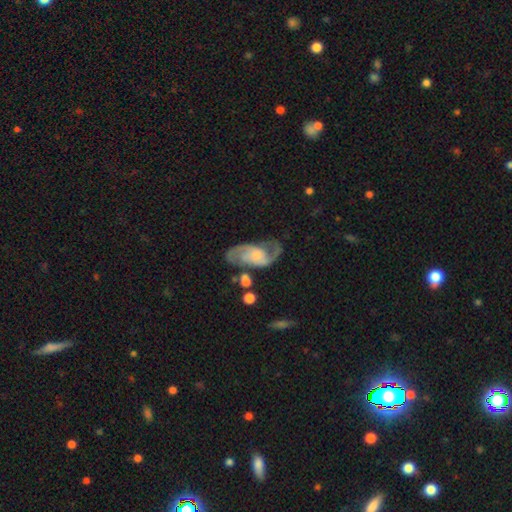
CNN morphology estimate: A featured or disk galaxy (81%) with no bar (58%), 2 (86%) medium (50%) spiral arms (94%) and a small central bulge (37%).

Vote fractions:
- Smooth or featured? featured or disk: 81% / smooth: 13% / star or artifact: 6%
- Edge-on disk? no: 96% / yes: 4%
- Bar? no: 58% / weak: 33% / strong: 8%
- Spiral arms? yes: 94% / no: 6%
- Spiral winding? medium: 50% / loose: 31% / tight: 19%
- Spiral arm count? 2: 86% / can't tell: 6% / 1: 3% / 3: 2% / 4: 1% / more than 4: 1%
- Bulge size? small: 37% / moderate: 30% / none: 18% / large: 12% / dominant: 2%
- Merging? none: 58% / minor disturbance: 21% / major disturbance: 15% / merger: 6%